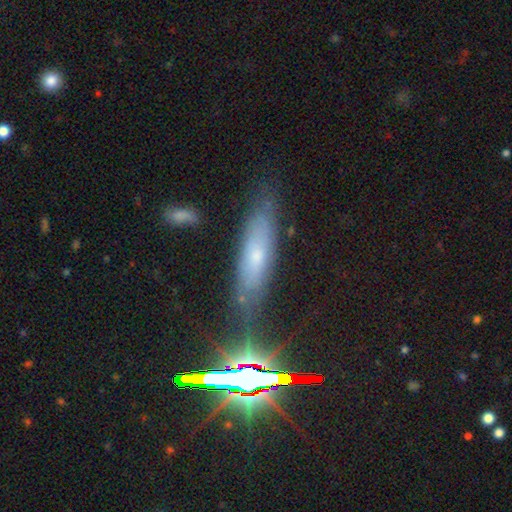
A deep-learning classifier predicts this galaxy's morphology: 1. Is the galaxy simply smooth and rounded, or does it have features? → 43% smooth, 35% featured or disk, 23% star or artifact.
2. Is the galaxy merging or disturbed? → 75% none, 17% minor disturbance, 5% major disturbance, 3% merger.